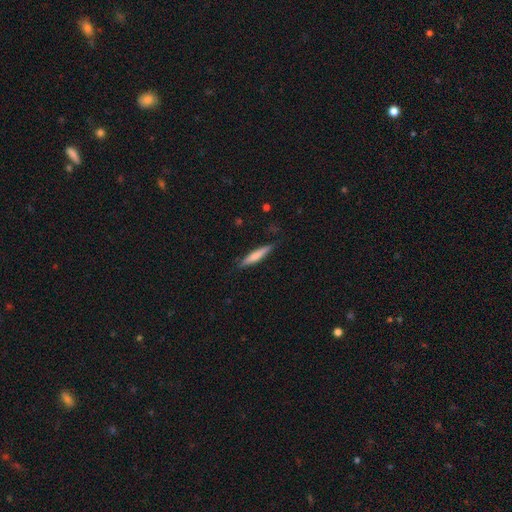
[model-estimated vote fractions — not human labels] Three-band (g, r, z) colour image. It shows a smooth galaxy with no disk features (66%) that is cigar-shaped (89%). Merging: none (84%).